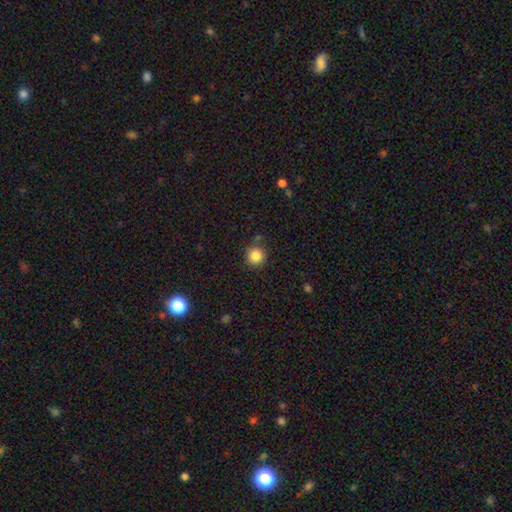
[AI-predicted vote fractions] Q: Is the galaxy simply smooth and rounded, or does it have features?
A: smooth — 84%.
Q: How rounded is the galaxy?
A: round — 94%.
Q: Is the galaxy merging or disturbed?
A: none — 84%.